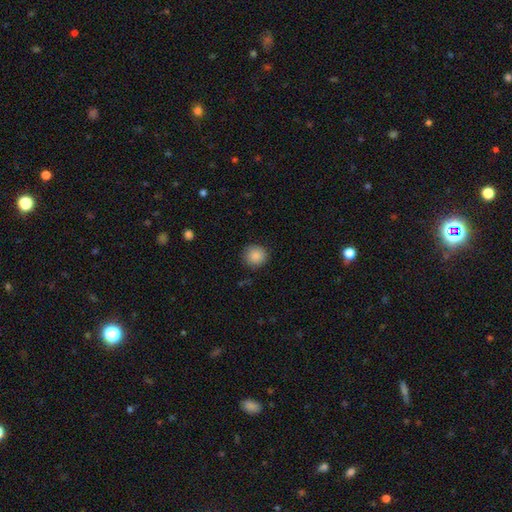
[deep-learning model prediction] Smooth or featured: smooth — 87% (star or artifact — 9%)
How rounded: round — 92% (in between — 7%)
Merging: none — 88% (minor disturbance — 9%)